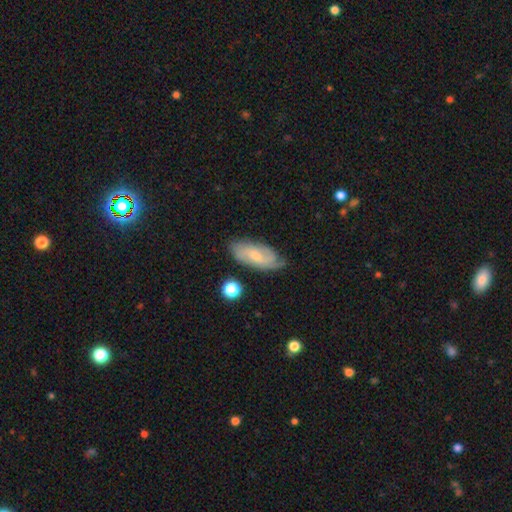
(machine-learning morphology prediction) Smooth or featured? Predicted: featured or disk (p=0.58). Edge-on disk? Predicted: no (p=0.90). Bar? Predicted: no (p=0.56). Spiral arms? Predicted: yes (p=0.88). Bulge size? Predicted: small (p=0.61). Merging? Predicted: none (p=0.70).